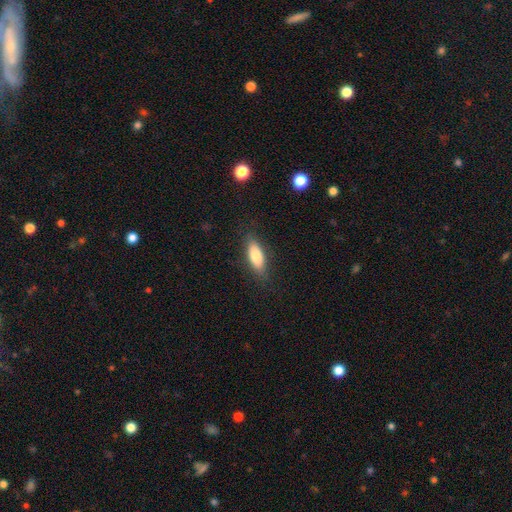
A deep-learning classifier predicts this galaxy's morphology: The model was most divided on "how rounded": in between: 69%, cigar-shaped: 29%, round: 2%. More confident: merging — none (84%); smooth or featured — smooth (78%).